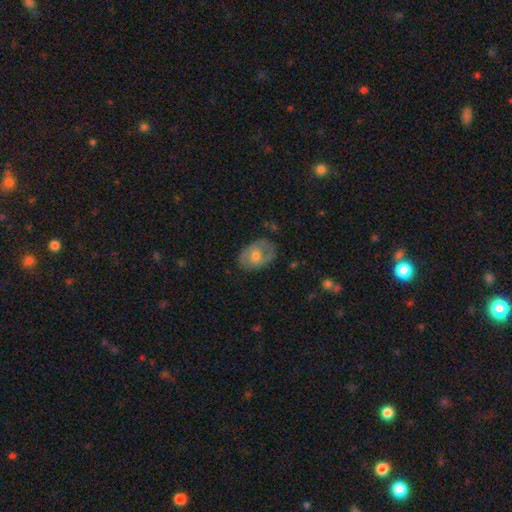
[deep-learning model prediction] Smooth or featured? featured or disk (47%)
Merging? none (70%)